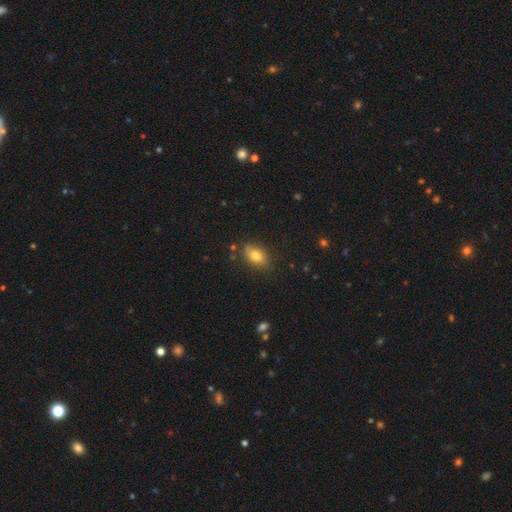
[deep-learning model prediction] smooth 77%, featured or disk 14%, star or artifact 9%. Down the decision tree: how rounded — in between (86%); merging — none (76%).